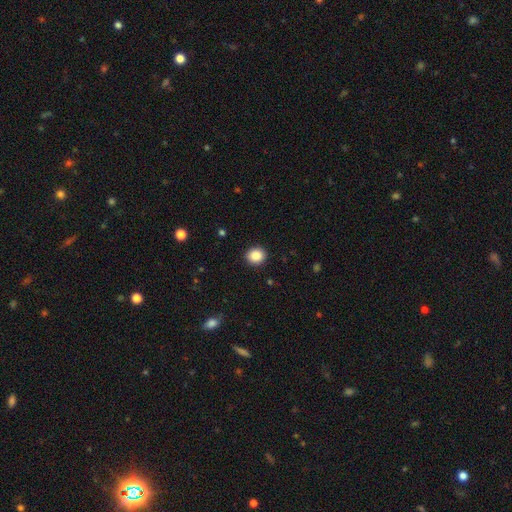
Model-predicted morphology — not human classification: The model was most divided on "how rounded": round: 80%, in between: 19%, cigar-shaped: 1%. More confident: merging — none (91%); smooth or featured — smooth (87%).